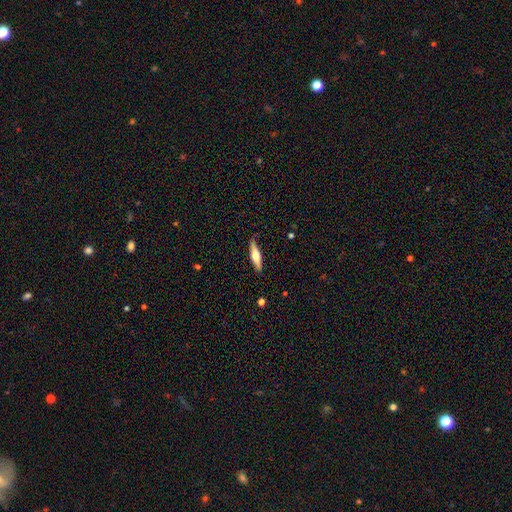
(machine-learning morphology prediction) A featured or disk galaxy (57%) viewed edge-on (95%) with a rounded central bulge (92%).

Vote fractions:
- Smooth or featured? featured or disk: 57% / smooth: 38% / star or artifact: 5%
- Edge-on disk? yes: 95% / no: 5%
- Edge-on bulge? rounded: 92% / boxy: 5% / none: 3%
- Merging? none: 86% / minor disturbance: 10% / major disturbance: 2% / merger: 1%